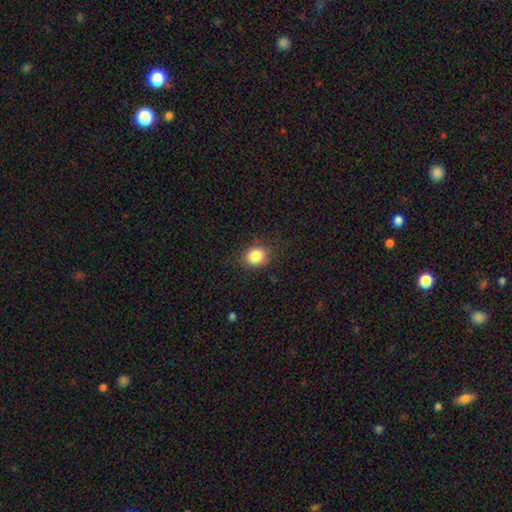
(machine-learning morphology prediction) Q: Smooth or featured?
A: smooth (85%); runner-up: star or artifact (9%)
Q: How rounded?
A: round (59%); runner-up: in between (40%)
Q: Merging?
A: none (83%); runner-up: minor disturbance (12%)